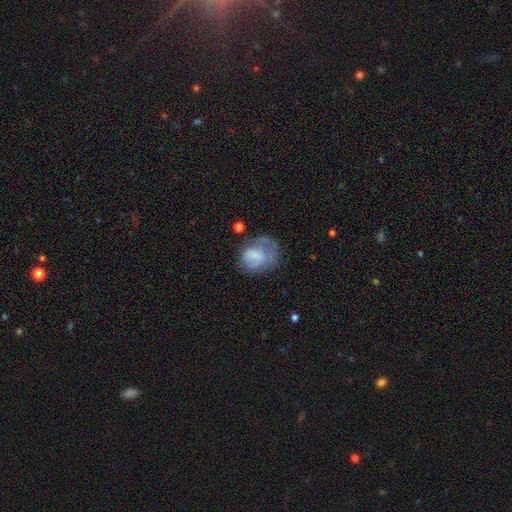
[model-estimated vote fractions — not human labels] The model was most divided on "how rounded": round: 50%, in between: 49%, cigar-shaped: 1%. Remaining: smooth or featured — smooth (55%); merging — major disturbance (36%).